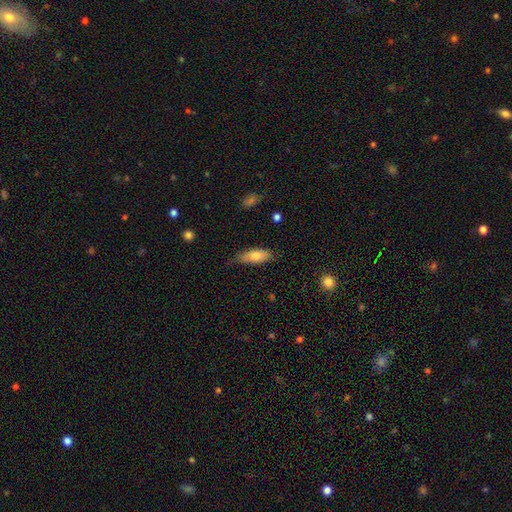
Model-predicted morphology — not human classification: Q: Smooth or featured?
A: smooth (74%); runner-up: featured or disk (19%)
Q: How rounded?
A: in between (68%); runner-up: cigar-shaped (29%)
Q: Merging?
A: none (66%); runner-up: minor disturbance (27%)